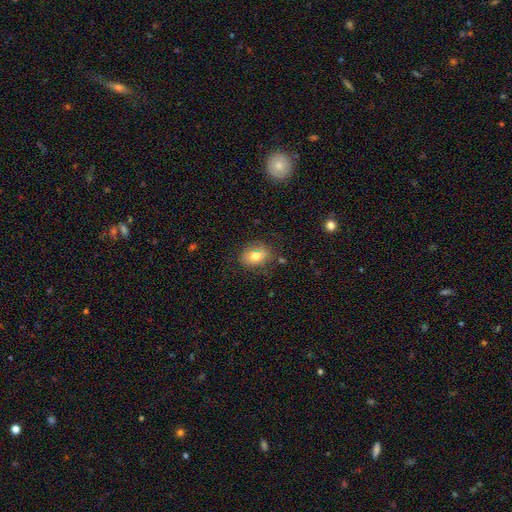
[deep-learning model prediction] Smooth or featured? Predicted: smooth (p=0.74). How rounded? Predicted: in between (p=0.57). Merging? Predicted: none (p=0.73).